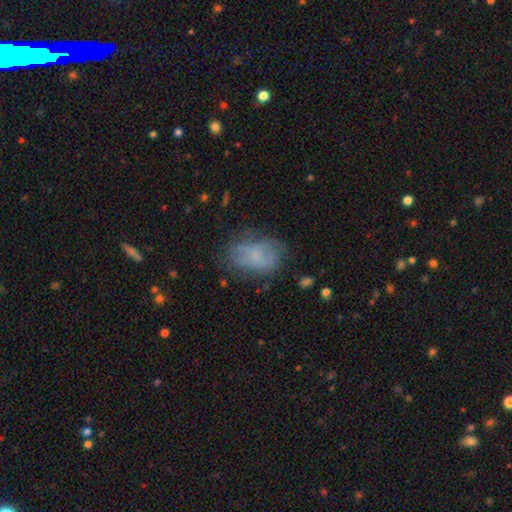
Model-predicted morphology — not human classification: Overall: smooth (57%; featured or disk 32%). How rounded: in between (83%). Merging: none (57%; minor disturbance 26%).